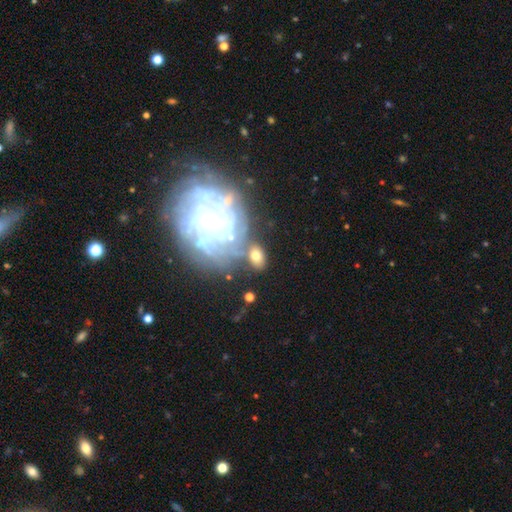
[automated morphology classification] Smooth or featured?
  - smooth: 50% *
  - featured or disk: 38%
  - star or artifact: 12%
Merging?
  - none: 61% *
  - minor disturbance: 17%
  - merger: 11%
  - major disturbance: 11%